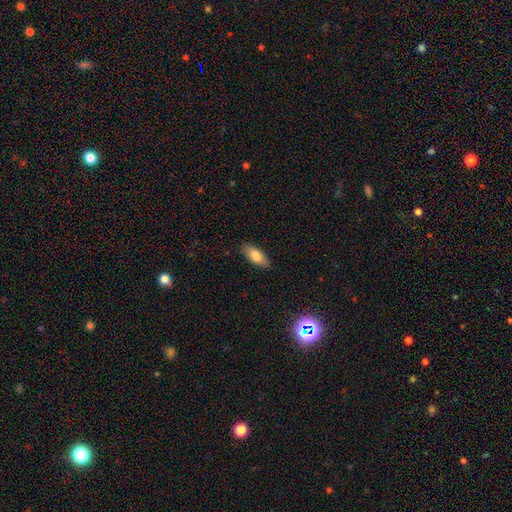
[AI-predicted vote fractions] Smooth or featured? Predicted: smooth (p=0.79). How rounded? Predicted: in between (p=0.80). Merging? Predicted: none (p=0.87).